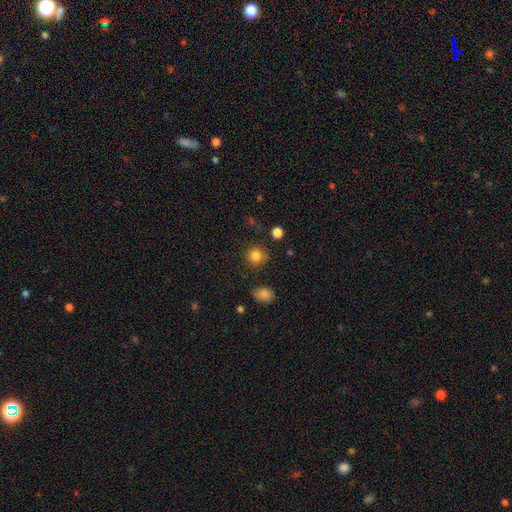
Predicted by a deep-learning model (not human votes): smooth_or_featured: smooth (p=0.84) [alt: star or artifact p=0.11]
how_rounded: round (p=0.91) [alt: in between p=0.08]
merging: none (p=0.83) [alt: minor disturbance p=0.11]